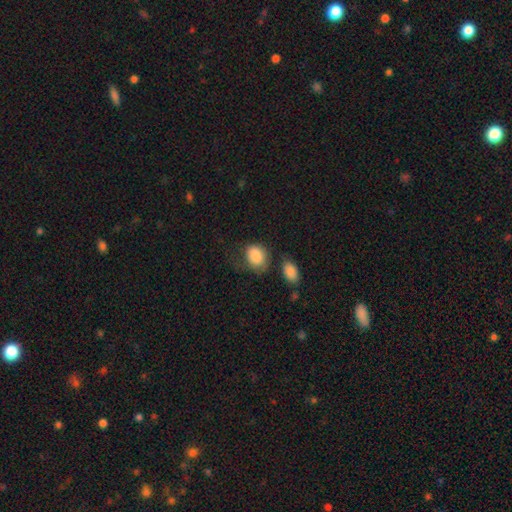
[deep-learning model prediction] smooth 87%, star or artifact 7%, featured or disk 6%. Down the decision tree: how rounded — in between (58%); merging — none (47%).